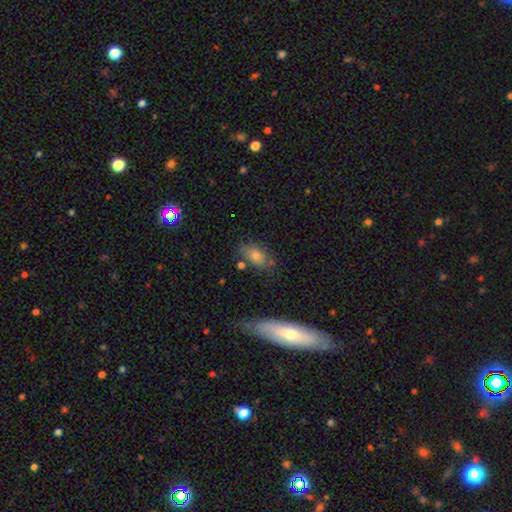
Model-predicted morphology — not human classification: A smooth galaxy with no disk features (71%) that is in between round and cigar-shaped (82%).

Vote fractions:
- Smooth or featured? smooth: 71% / featured or disk: 18% / star or artifact: 12%
- How rounded? in between: 82% / round: 10% / cigar-shaped: 8%
- Merging? none: 71% / minor disturbance: 18% / major disturbance: 6% / merger: 5%